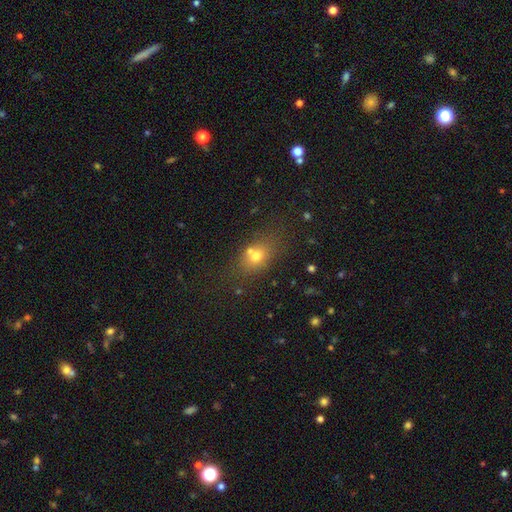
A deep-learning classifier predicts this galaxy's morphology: Smooth or featured? smooth (67%)
How rounded? in between (61%)
Merging? none (54%)